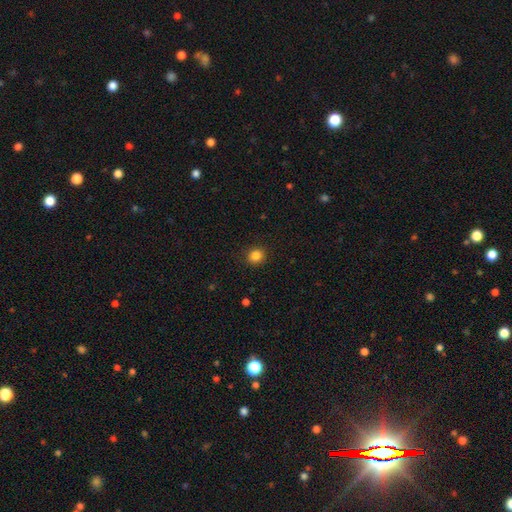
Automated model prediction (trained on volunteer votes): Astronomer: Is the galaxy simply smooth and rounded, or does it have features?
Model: smooth — 85%.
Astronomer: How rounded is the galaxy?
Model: round — 87%.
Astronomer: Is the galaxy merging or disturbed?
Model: none — 91%.